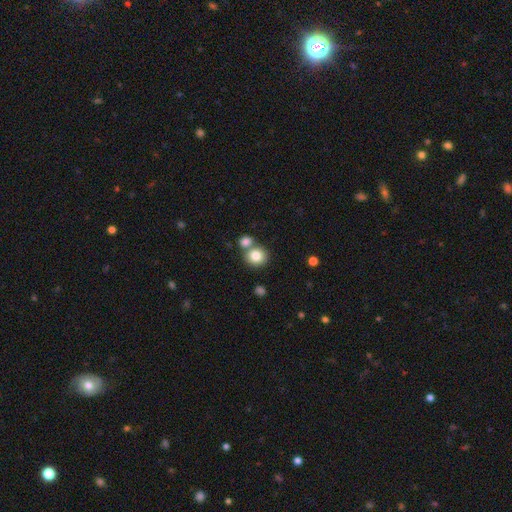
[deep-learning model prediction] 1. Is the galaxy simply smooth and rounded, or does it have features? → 82% smooth, 9% star or artifact, 9% featured or disk.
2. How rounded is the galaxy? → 85% round, 14% in between, 1% cigar-shaped.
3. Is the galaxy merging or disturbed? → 58% none, 32% merger, 8% minor disturbance, 3% major disturbance.